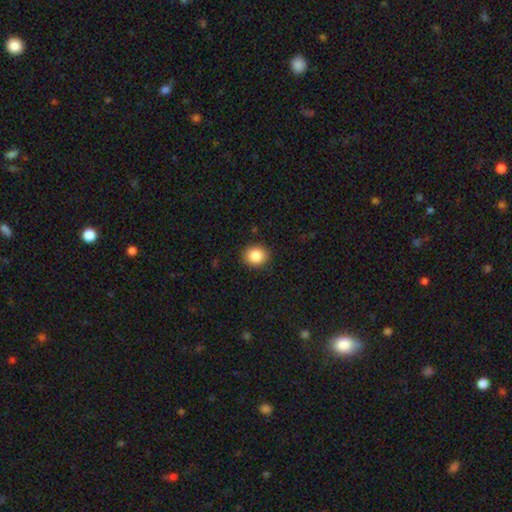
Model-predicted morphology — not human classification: Smooth or featured?
  - smooth: 86% *
  - star or artifact: 9%
  - featured or disk: 5%
How rounded?
  - round: 80% *
  - in between: 19%
  - cigar-shaped: 1%
Merging?
  - none: 89% *
  - minor disturbance: 8%
  - major disturbance: 2%
  - merger: 1%